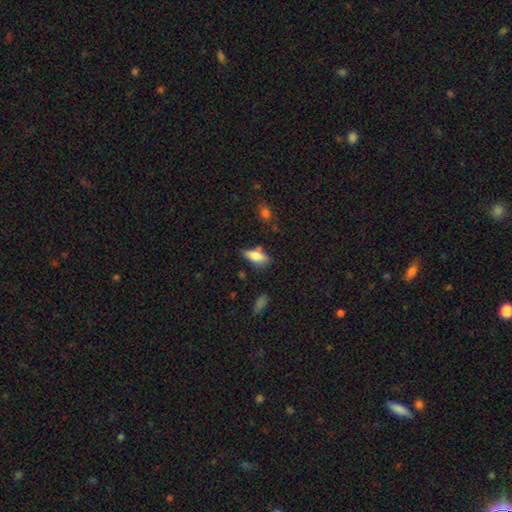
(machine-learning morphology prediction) smooth 74%, featured or disk 18%, star or artifact 8%. Down the decision tree: how rounded — in between (75%); merging — none (65%).